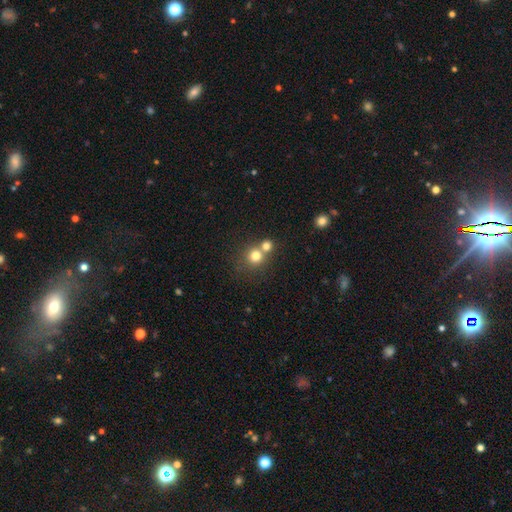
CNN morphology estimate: Smooth or featured? smooth (76%)
How rounded? round (88%)
Merging? none (47%)